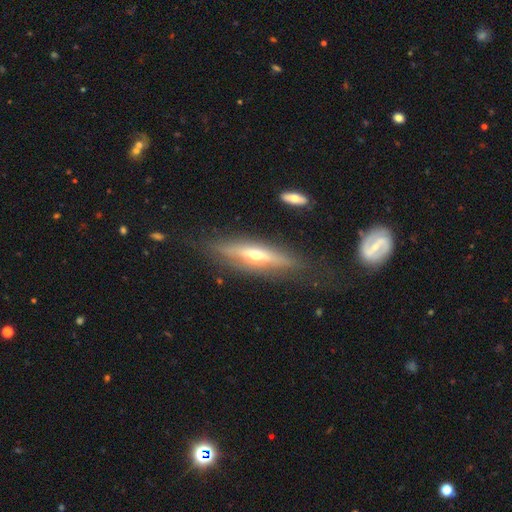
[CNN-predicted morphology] featured or disk 67%, smooth 25%, star or artifact 7%. Down the decision tree: edge-on disk — yes (87%); edge-on bulge — rounded (87%); merging — none (73%).